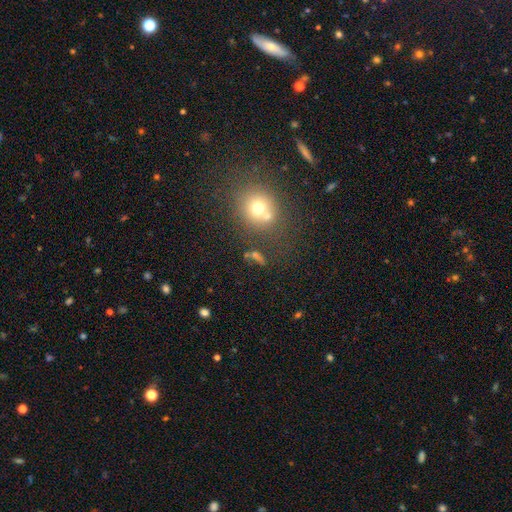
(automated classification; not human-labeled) This is possibly a smooth galaxy (55%). How rounded: possibly round (50%). Merging: possibly none (58%).